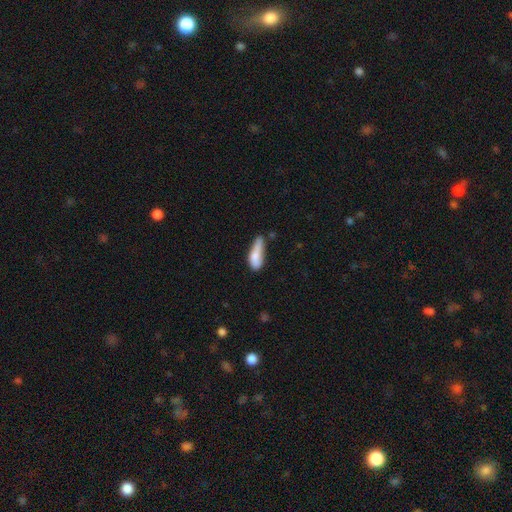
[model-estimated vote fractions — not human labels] Q: Smooth or featured?
A: smooth (77%); runner-up: featured or disk (15%)
Q: How rounded?
A: in between (50%); runner-up: cigar-shaped (48%)
Q: Merging?
A: minor disturbance (39%); runner-up: none (34%)